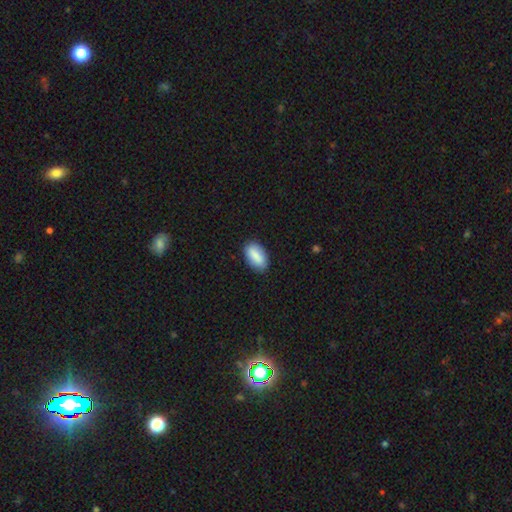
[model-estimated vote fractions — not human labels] This is clearly a smooth galaxy (85%). How rounded: clearly in between (91%). Merging: clearly none (85%).